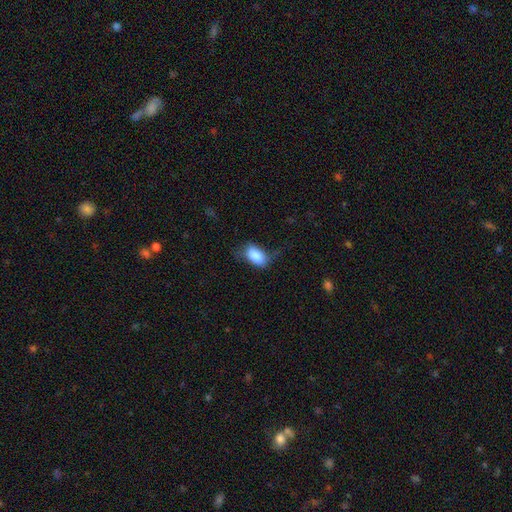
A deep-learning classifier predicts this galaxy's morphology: smooth-or-featured: smooth: 83% | featured or disk: 10% | star or artifact: 7%
  how-rounded: in between: 91% | round: 7% | cigar-shaped: 2%
  merging: none: 50% | minor disturbance: 31% | major disturbance: 17% | merger: 2%